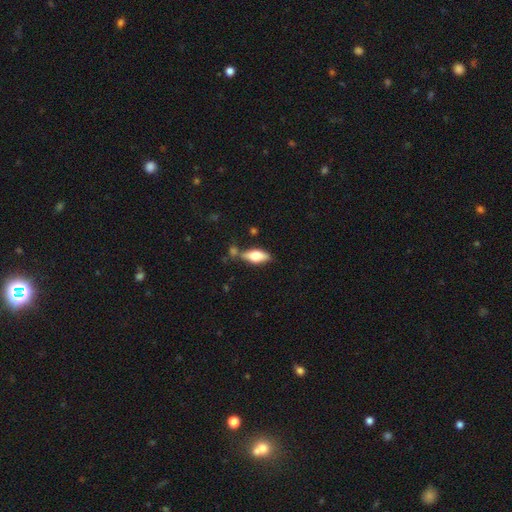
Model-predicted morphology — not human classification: Smooth or featured: smooth — 59% (featured or disk — 34%)
How rounded: in between — 75% (cigar-shaped — 22%)
Merging: none — 69% (minor disturbance — 16%)